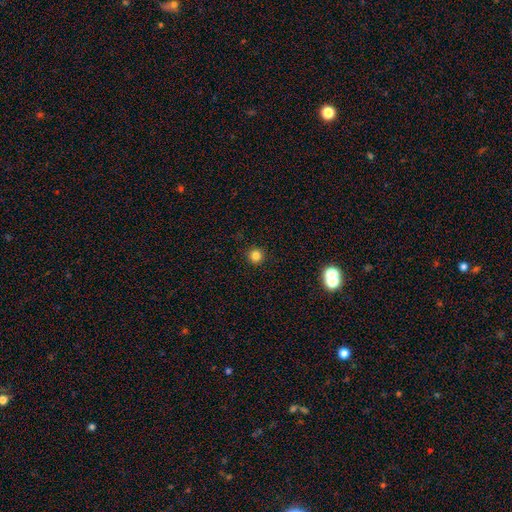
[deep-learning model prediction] Smooth or featured: smooth — 82% (star or artifact — 13%)
How rounded: round — 95% (in between — 4%)
Merging: none — 92% (minor disturbance — 5%)